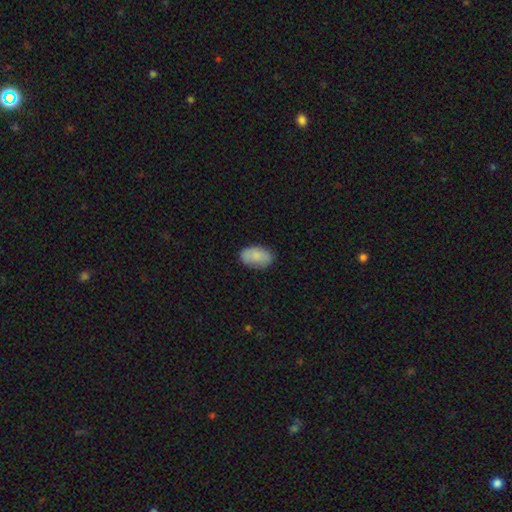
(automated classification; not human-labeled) smooth 84%, featured or disk 10%, star or artifact 6%. Down the decision tree: how rounded — in between (92%); merging — none (82%).